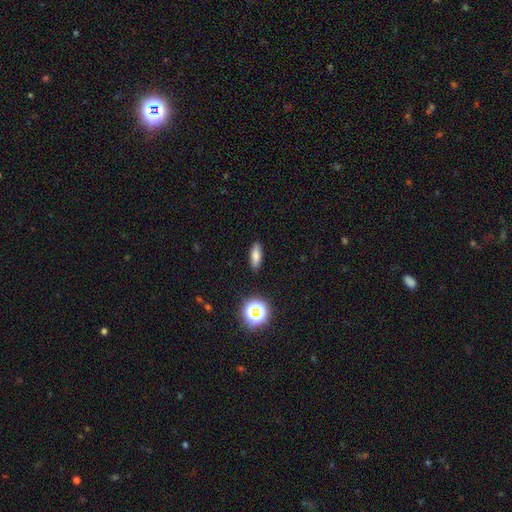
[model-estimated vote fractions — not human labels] This appears to be a smooth galaxy with no disk features (77%) that is in between round and cigar-shaped (63%). Merging: none (88%).